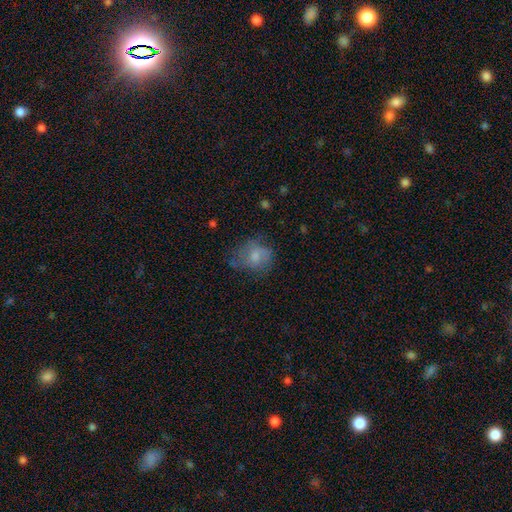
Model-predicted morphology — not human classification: smooth 65%, featured or disk 25%, star or artifact 10%. Down the decision tree: how rounded — round (60%); merging — none (49%).